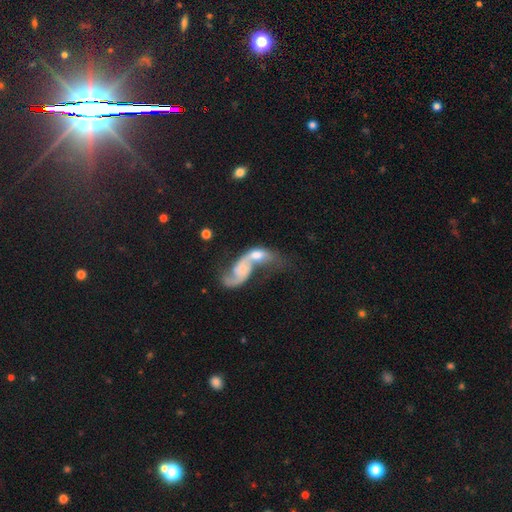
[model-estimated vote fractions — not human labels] Smooth or featured? Predicted: featured or disk (p=0.67). Edge-on disk? Predicted: no (p=0.94). Bar? Predicted: no (p=0.67). Spiral arms? Predicted: yes (p=0.77). Bulge size? Predicted: small (p=0.42). Merging? Predicted: merger (p=0.74).